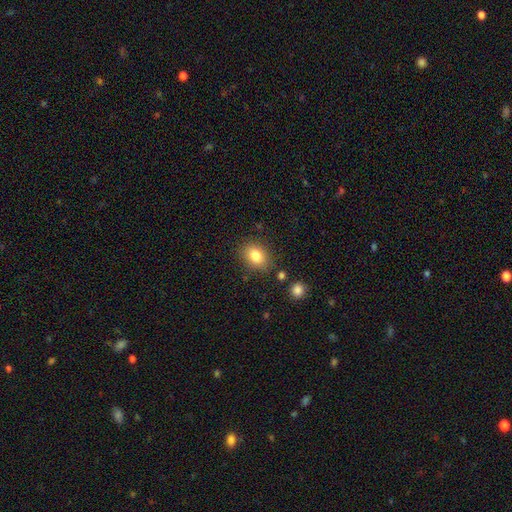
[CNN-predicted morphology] Smooth or featured: smooth — 82% (star or artifact — 10%)
How rounded: in between — 61% (round — 37%)
Merging: none — 82% (minor disturbance — 12%)